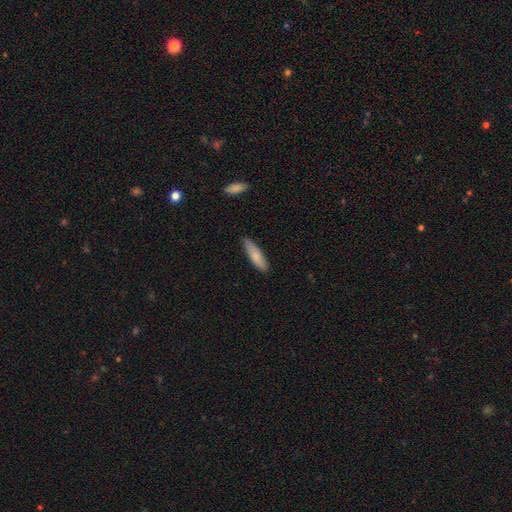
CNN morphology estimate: smooth 79%, featured or disk 16%, star or artifact 6%. Down the decision tree: how rounded — cigar-shaped (62%); merging — none (84%).